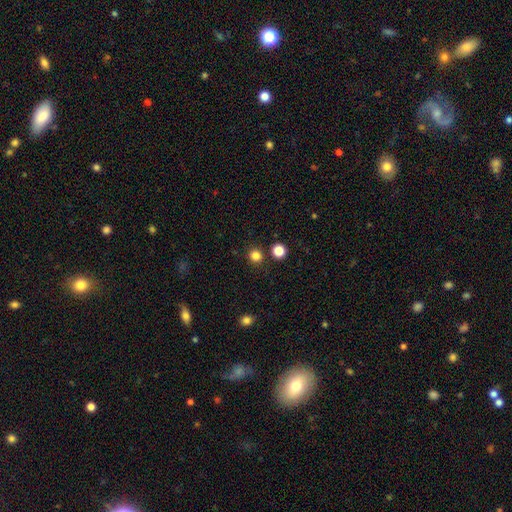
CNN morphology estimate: smooth_or_featured: smooth (p=0.82) [alt: star or artifact p=0.14]
how_rounded: round (p=0.91) [alt: in between p=0.08]
merging: none (p=0.87) [alt: minor disturbance p=0.06]